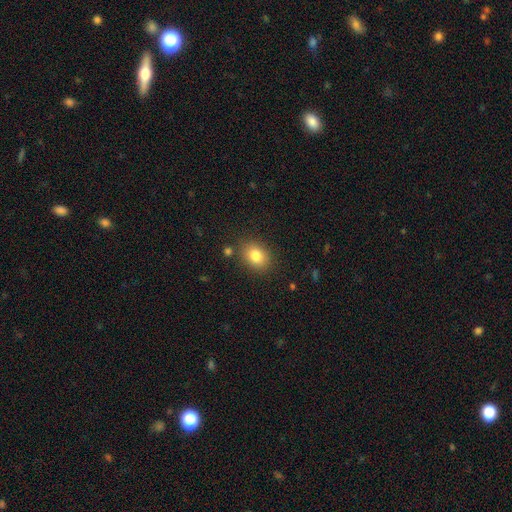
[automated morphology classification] type=smooth (83%); roundness=in between (57%); merging=none (83%).